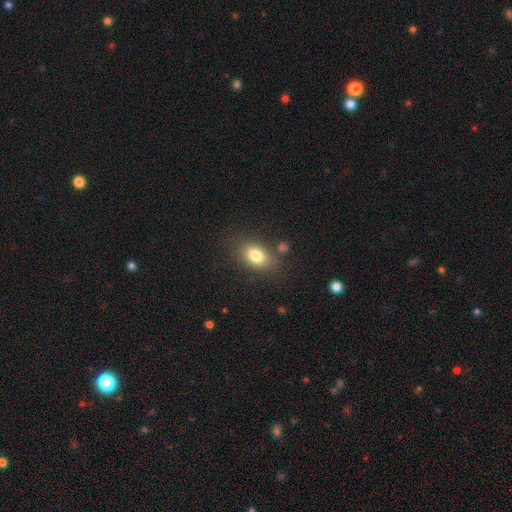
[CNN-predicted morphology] smooth 80%, featured or disk 10%, star or artifact 10%. Down the decision tree: how rounded — in between (80%); merging — none (76%).